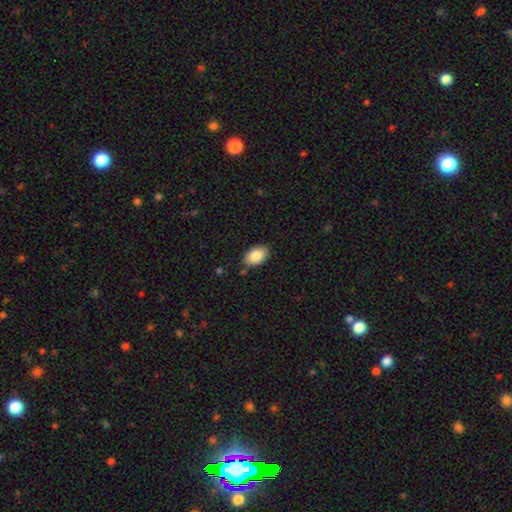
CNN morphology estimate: This is clearly a smooth galaxy (87%). How rounded: clearly in between (91%). Merging: clearly none (85%).